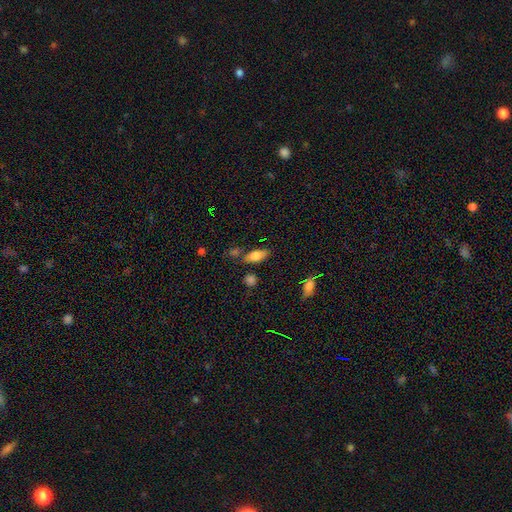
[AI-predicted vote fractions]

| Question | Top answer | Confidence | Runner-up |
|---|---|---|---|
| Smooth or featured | smooth | 77% | featured or disk (14%) |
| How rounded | in between | 81% | cigar-shaped (15%) |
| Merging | none | 72% | minor disturbance (15%) |